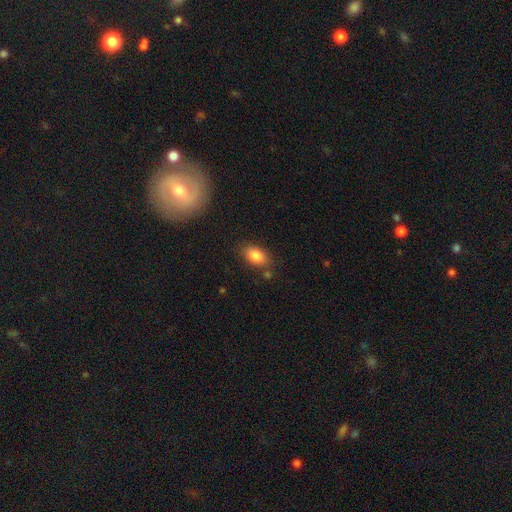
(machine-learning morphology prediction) smooth_or_featured: smooth (p=0.84) [alt: star or artifact p=0.08]
how_rounded: in between (p=0.89) [alt: round p=0.09]
merging: none (p=0.78) [alt: minor disturbance p=0.13]